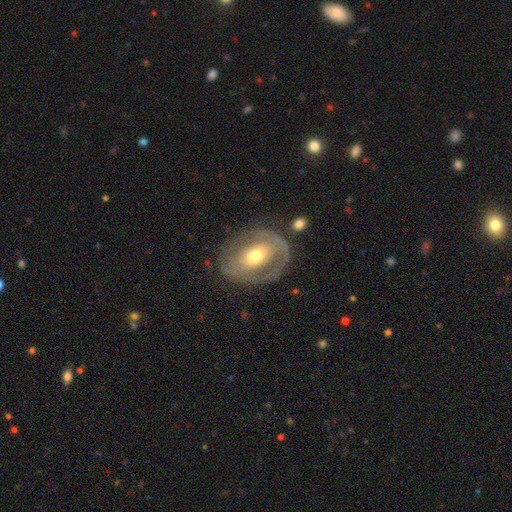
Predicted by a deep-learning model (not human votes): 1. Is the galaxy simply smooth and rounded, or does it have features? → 71% featured or disk, 23% smooth, 6% star or artifact.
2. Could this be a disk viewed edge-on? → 95% no, 5% yes.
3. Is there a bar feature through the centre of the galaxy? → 59% no, 27% weak, 14% strong.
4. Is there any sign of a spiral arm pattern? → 60% yes, 40% no.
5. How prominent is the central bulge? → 68% moderate, 21% small, 9% large, 1% dominant, 1% none.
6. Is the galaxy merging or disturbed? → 71% none, 17% minor disturbance, 10% major disturbance, 2% merger.